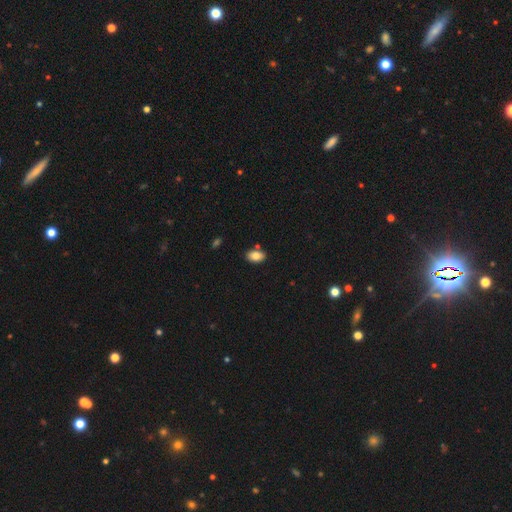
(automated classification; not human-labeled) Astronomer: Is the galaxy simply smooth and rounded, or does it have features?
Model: smooth — 83%.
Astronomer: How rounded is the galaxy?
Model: in between — 88%.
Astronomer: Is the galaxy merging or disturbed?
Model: none — 81%.